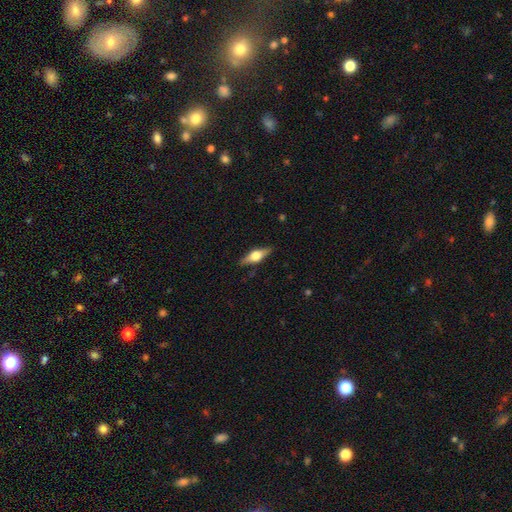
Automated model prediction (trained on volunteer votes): Smooth or featured?
  - featured or disk: 63% *
  - smooth: 31%
  - star or artifact: 6%
Edge-on disk?
  - yes: 95% *
  - no: 5%
Edge-on bulge?
  - rounded: 94% *
  - boxy: 5%
  - none: 1%
Merging?
  - none: 88% *
  - minor disturbance: 9%
  - major disturbance: 2%
  - merger: 1%